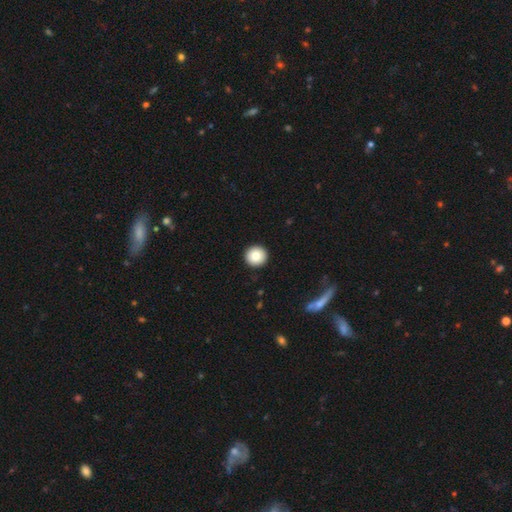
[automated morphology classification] Smooth or featured? smooth (83%)
How rounded? round (95%)
Merging? none (93%)